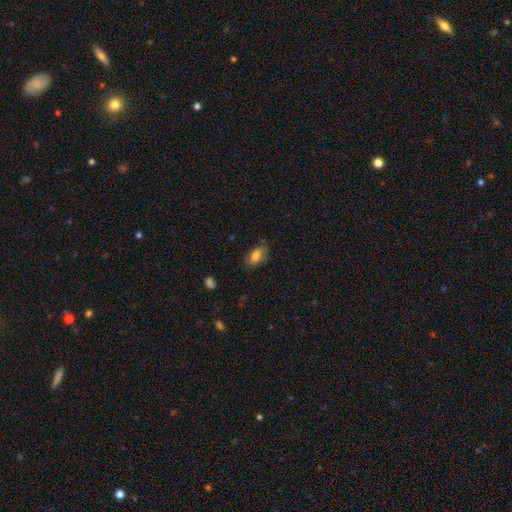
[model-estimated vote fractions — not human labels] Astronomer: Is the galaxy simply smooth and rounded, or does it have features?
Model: smooth — 78%.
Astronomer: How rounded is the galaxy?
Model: in between — 88%.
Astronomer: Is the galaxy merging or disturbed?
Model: none — 70%.